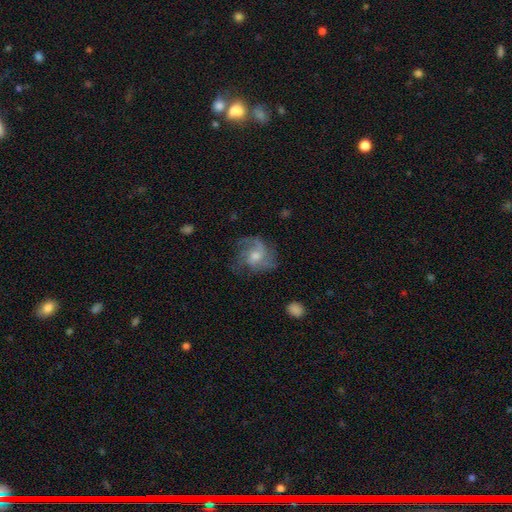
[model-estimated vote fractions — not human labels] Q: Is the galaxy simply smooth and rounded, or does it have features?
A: featured or disk — 77%.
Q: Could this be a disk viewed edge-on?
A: no — 98%.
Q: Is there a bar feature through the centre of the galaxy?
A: no — 65%.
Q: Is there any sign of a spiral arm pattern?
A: yes — 93%.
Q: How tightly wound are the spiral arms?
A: medium — 49%.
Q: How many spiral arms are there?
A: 3 — 42%.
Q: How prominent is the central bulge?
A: moderate — 58%.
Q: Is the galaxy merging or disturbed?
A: none — 65%.